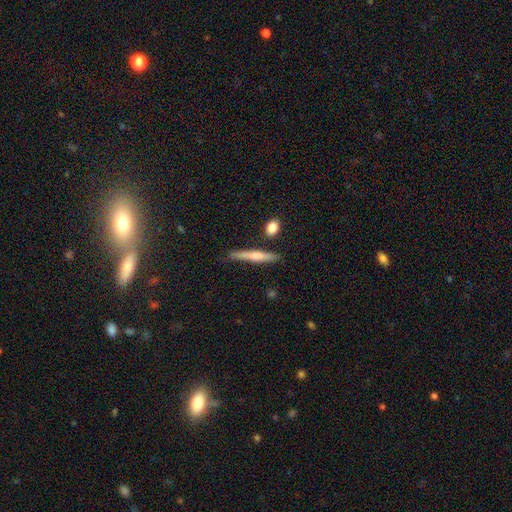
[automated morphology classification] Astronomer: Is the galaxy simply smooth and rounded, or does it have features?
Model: smooth — 55% (runner-up: featured or disk, 39%).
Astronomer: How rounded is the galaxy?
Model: cigar-shaped — 92%.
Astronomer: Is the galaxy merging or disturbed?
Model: none — 78%.